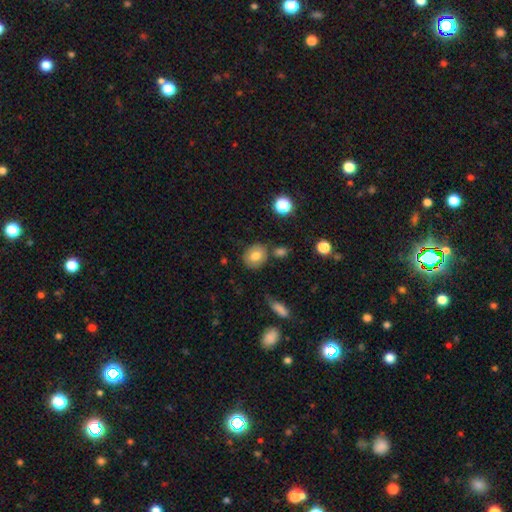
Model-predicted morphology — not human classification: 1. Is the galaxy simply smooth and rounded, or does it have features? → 76% smooth, 14% featured or disk, 10% star or artifact.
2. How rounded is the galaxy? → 62% round, 37% in between, 1% cigar-shaped.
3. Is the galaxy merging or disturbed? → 78% none, 12% minor disturbance, 6% merger, 4% major disturbance.